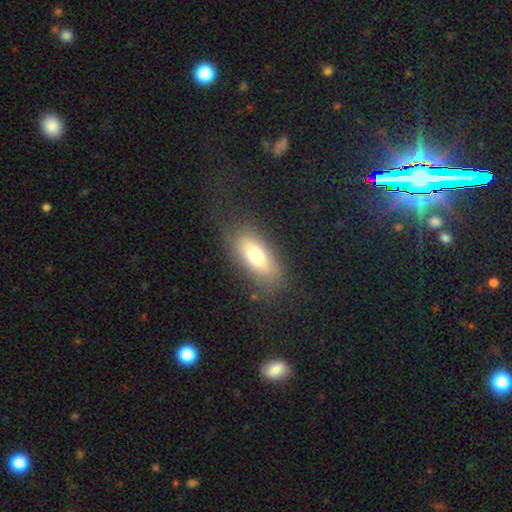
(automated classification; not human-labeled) Smooth or featured? smooth (73%)
How rounded? in between (82%)
Merging? none (75%)